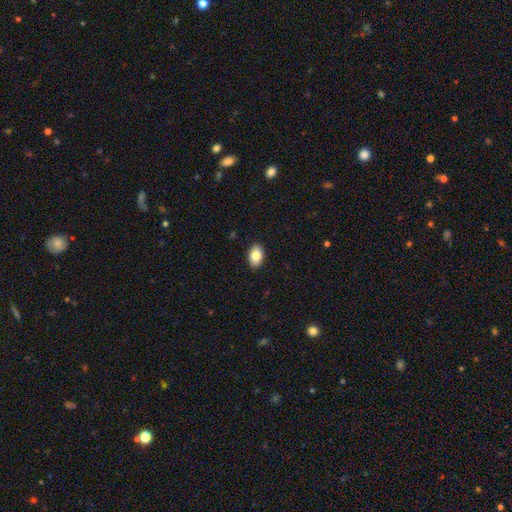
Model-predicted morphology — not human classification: The model was most divided on "smooth or featured": smooth: 85%, featured or disk: 8%, star or artifact: 7%. More confident: merging — none (91%); how rounded — in between (88%).